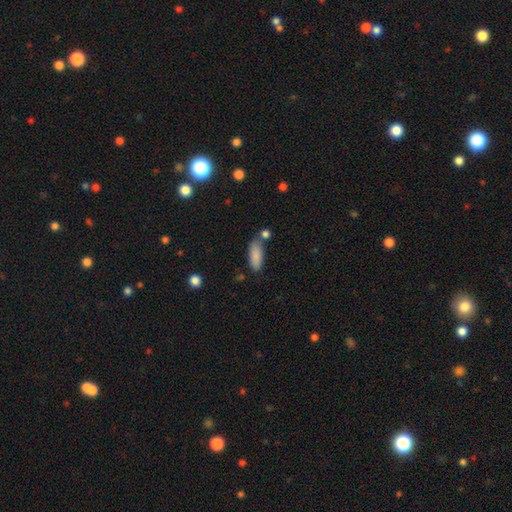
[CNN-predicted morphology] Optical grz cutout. It shows a smooth galaxy with no disk features (87%) that is in between round and cigar-shaped (73%). Merging: none (69%).